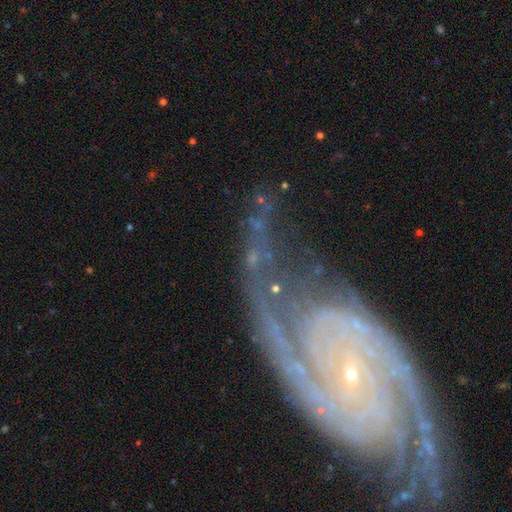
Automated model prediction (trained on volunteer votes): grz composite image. It shows a featured or disk galaxy (84%) with no bar (60%), 2 (47%) tight (54%) spiral arms (95%) and a small central bulge (85%). Merging: none (58%).